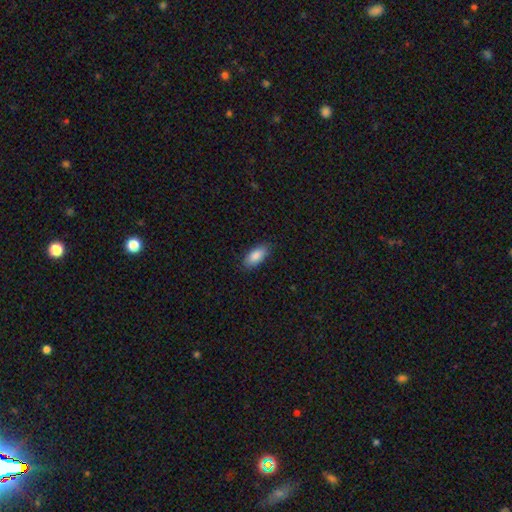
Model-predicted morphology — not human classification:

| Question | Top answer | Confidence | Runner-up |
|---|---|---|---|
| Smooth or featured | smooth | 87% | featured or disk (7%) |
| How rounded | in between | 90% | cigar-shaped (8%) |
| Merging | none | 84% | minor disturbance (12%) |